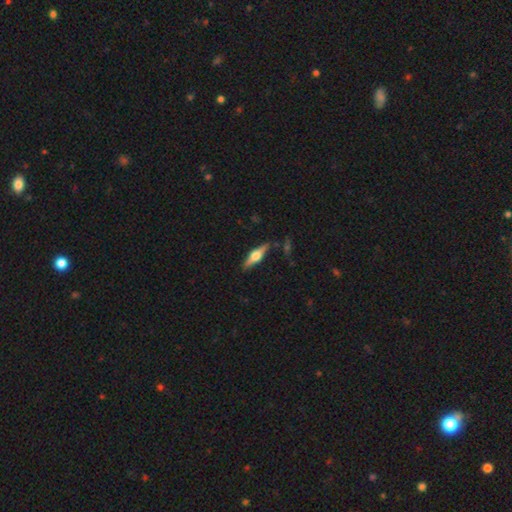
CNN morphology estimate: This appears to be a featured or disk galaxy (69%) viewed edge-on (97%) with a rounded central bulge (94%). Merging: none (87%).